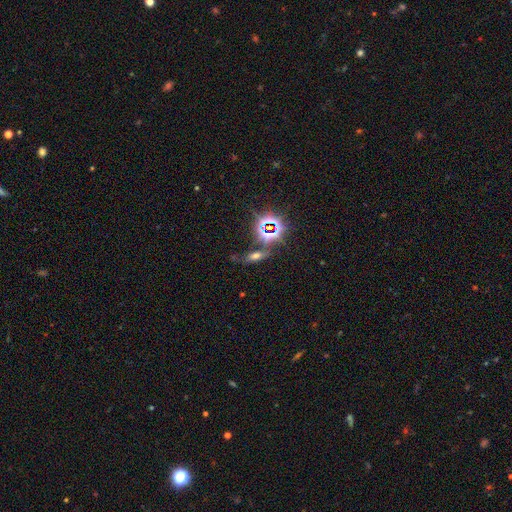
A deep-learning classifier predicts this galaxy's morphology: Smooth or featured?
  - smooth: 42% *
  - star or artifact: 40%
  - featured or disk: 18%
Merging?
  - none: 69% *
  - minor disturbance: 14%
  - merger: 11%
  - major disturbance: 6%